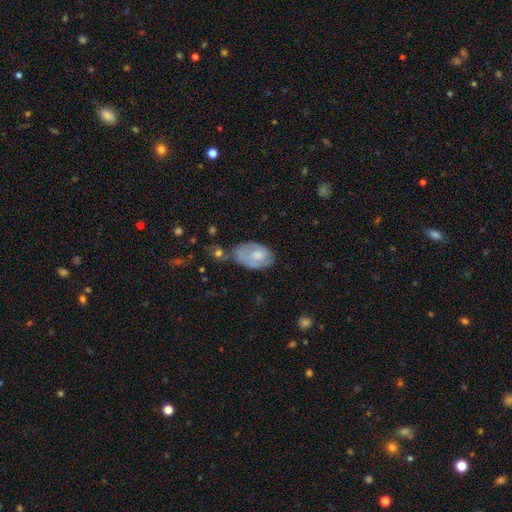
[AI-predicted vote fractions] Morphology: type=smooth (62%); roundness=in between (91%); merging=none (40%).